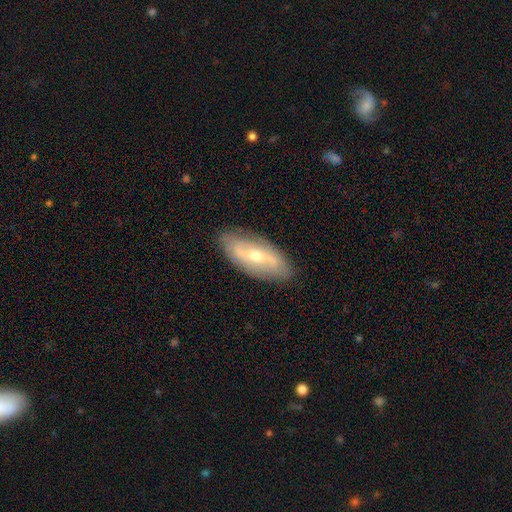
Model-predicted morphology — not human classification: Smooth or featured? featured or disk (65%)
Edge-on disk? no (84%)
Bar? weak (39%)
Spiral arms? yes (60%)
Bulge size? moderate (61%)
Merging? none (83%)